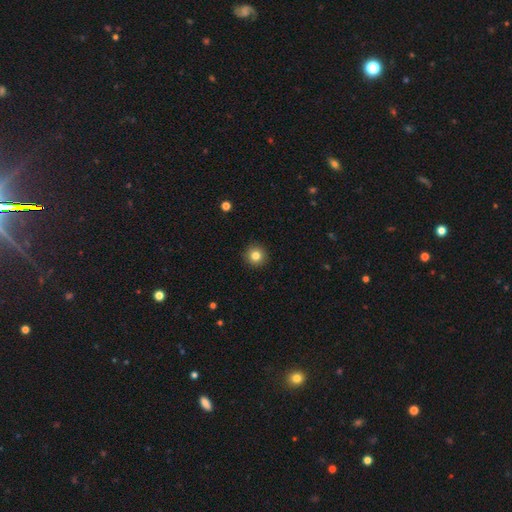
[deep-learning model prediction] smooth 83%, star or artifact 11%, featured or disk 6%. Down the decision tree: how rounded — round (95%); merging — none (93%).